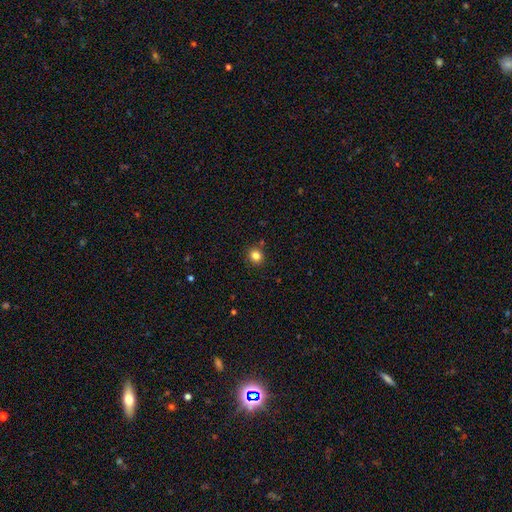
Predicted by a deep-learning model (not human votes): A smooth galaxy with no disk features (82%) that is round (86%). Merging: none (87%).